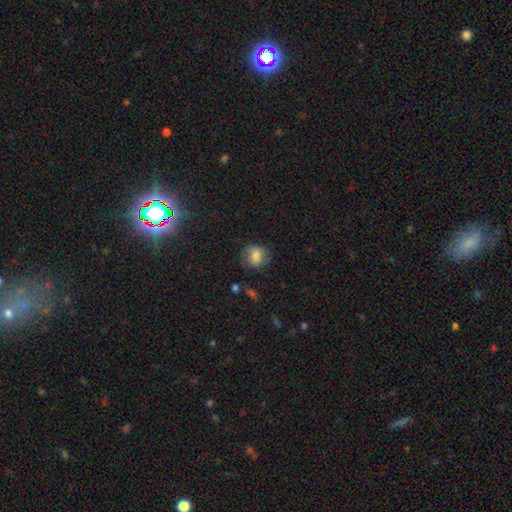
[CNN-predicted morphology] type=smooth (72%); roundness=round (71%); merging=none (71%).